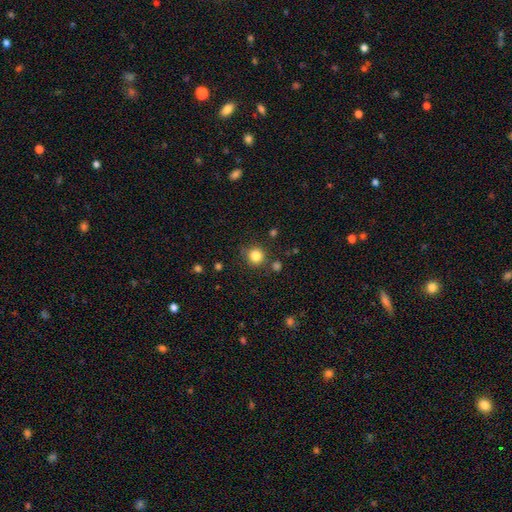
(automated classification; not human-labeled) Smooth or featured? Predicted: smooth (p=0.84). How rounded? Predicted: round (p=0.93). Merging? Predicted: none (p=0.83).